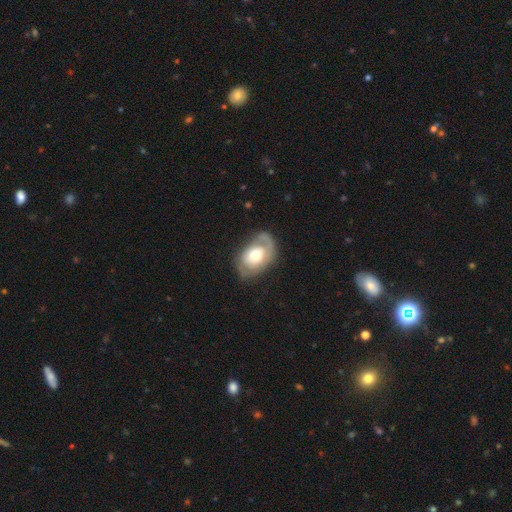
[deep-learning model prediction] The model was most divided on "spiral arms": yes: 58%, no: 42%. More confident: edge-on disk — no (94%); bar — no (81%); bulge size — moderate (65%); merging — none (64%); smooth or featured — featured or disk (60%).